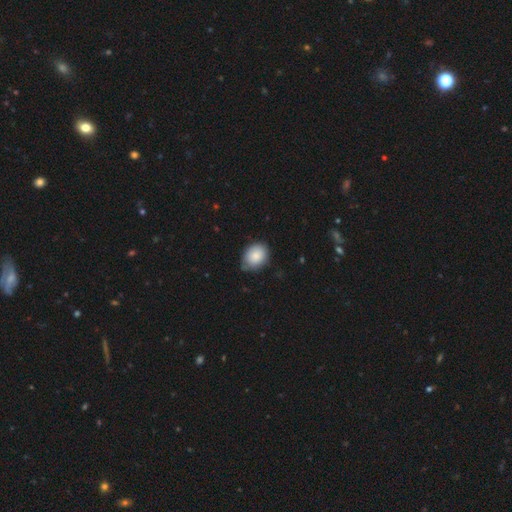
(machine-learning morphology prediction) The model was most divided on "how rounded": in between: 58%, round: 41%, cigar-shaped: 1%. More confident: smooth or featured — smooth (85%); merging — none (69%).